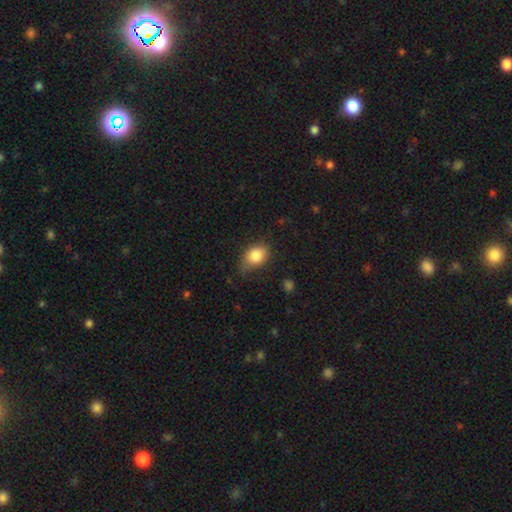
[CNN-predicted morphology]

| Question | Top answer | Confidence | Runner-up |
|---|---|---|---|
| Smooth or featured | smooth | 83% | featured or disk (8%) |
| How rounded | in between | 71% | round (28%) |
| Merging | none | 58% | minor disturbance (32%) |